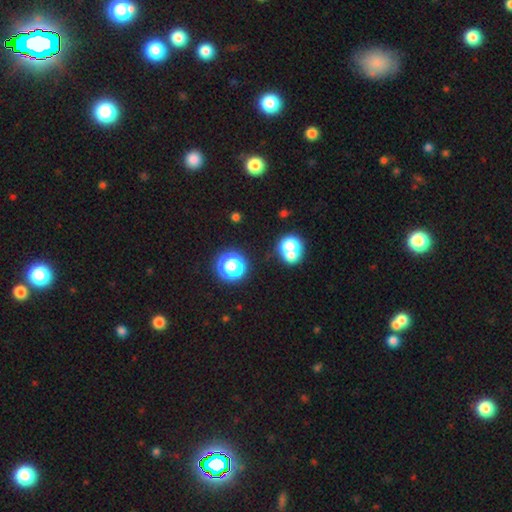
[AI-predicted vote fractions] This is likely a star or artifact rather than a galaxy (71%).